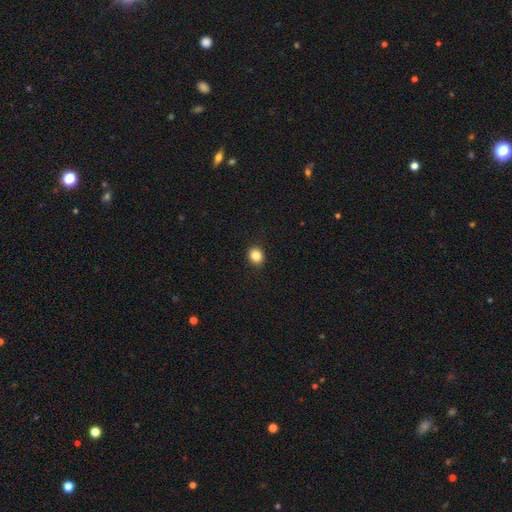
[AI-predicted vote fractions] This is clearly a smooth galaxy (85%). How rounded: likely round (73%). Merging: clearly none (91%).